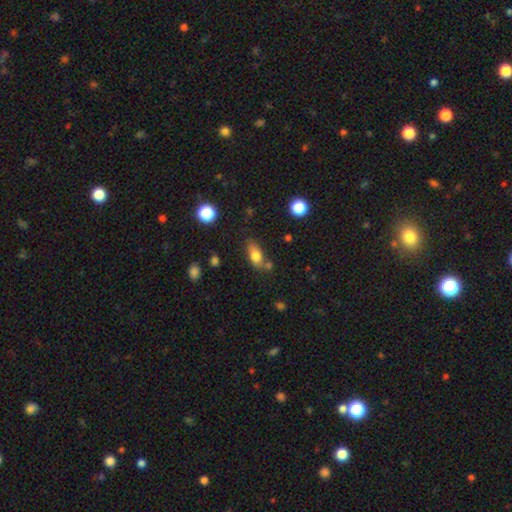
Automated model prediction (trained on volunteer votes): Smooth or featured? Predicted: smooth (p=0.77). How rounded? Predicted: in between (p=0.81). Merging? Predicted: none (p=0.61).